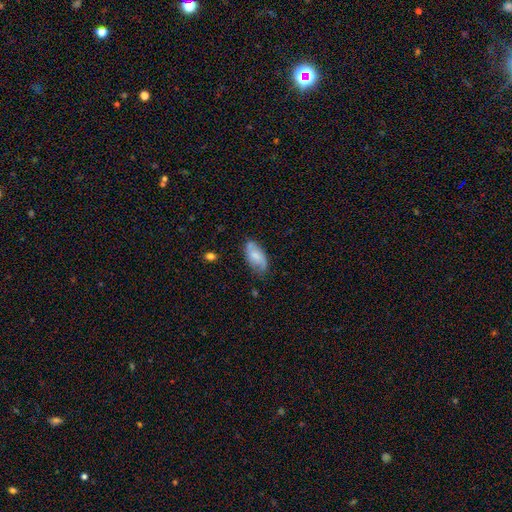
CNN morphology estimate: Smooth or featured? smooth (60%)
How rounded? in between (90%)
Merging? none (68%)